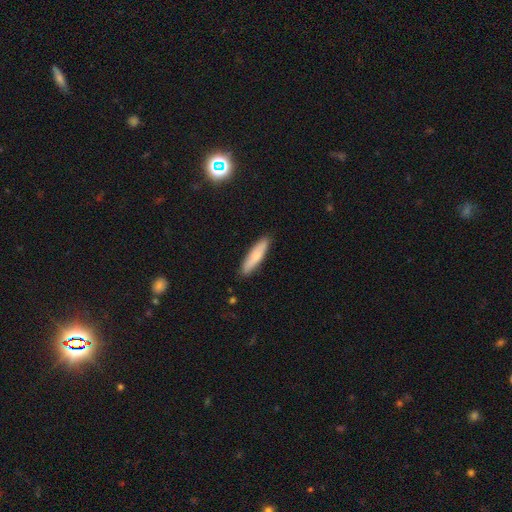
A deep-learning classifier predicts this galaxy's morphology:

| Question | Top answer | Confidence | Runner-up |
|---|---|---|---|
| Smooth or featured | smooth | 74% | featured or disk (20%) |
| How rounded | cigar-shaped | 78% | in between (20%) |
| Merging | none | 89% | minor disturbance (8%) |